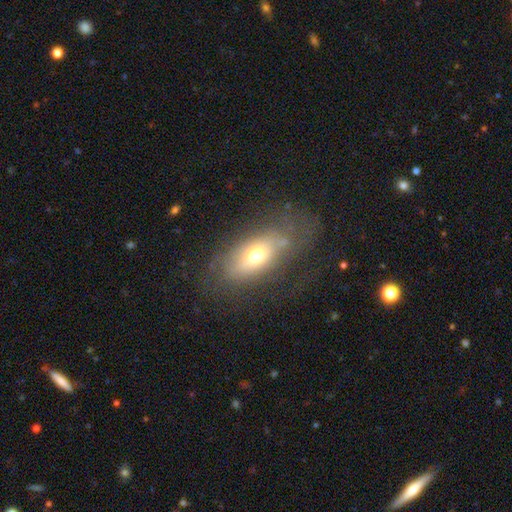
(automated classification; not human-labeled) Smooth or featured: smooth — 61% (featured or disk — 29%)
How rounded: in between — 83% (cigar-shaped — 9%)
Merging: none — 58% (minor disturbance — 22%)